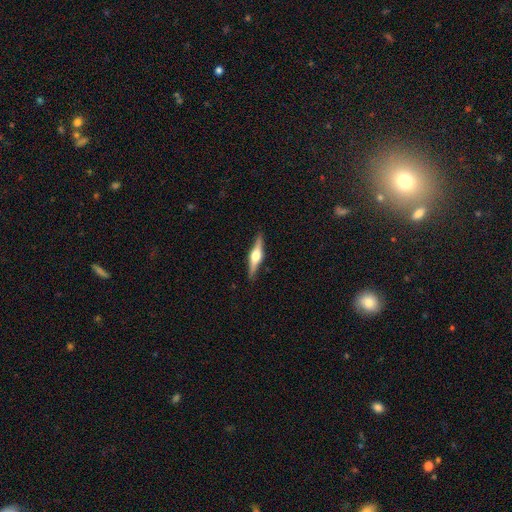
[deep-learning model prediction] Smooth or featured? featured or disk (72%)
Edge-on disk? yes (97%)
Edge-on bulge? rounded (93%)
Merging? none (89%)